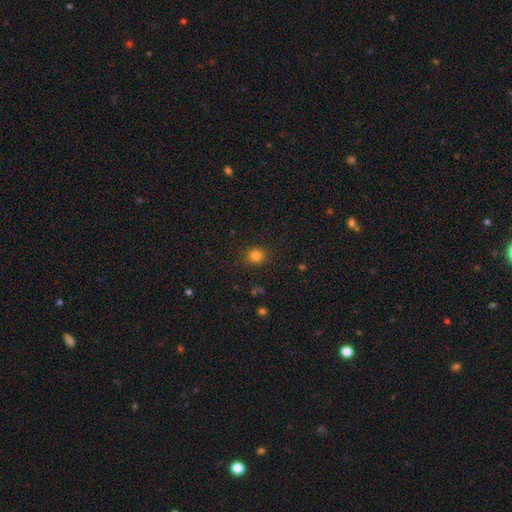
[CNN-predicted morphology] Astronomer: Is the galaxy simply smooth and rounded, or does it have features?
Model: smooth — 83%.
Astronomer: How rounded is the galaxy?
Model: round — 85%.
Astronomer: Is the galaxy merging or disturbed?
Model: none — 88%.